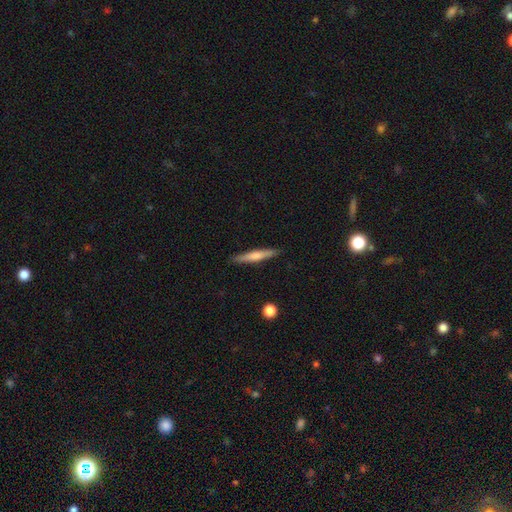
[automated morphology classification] The model was most divided on "smooth or featured": smooth: 54%, featured or disk: 41%, star or artifact: 6%. More confident: how rounded — cigar-shaped (93%); merging — none (89%).